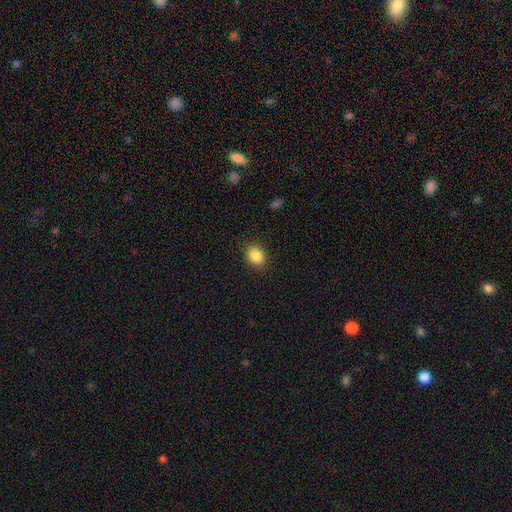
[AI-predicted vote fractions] Q: Smooth or featured?
A: smooth (86%); runner-up: star or artifact (9%)
Q: How rounded?
A: in between (50%); runner-up: round (49%)
Q: Merging?
A: none (88%); runner-up: minor disturbance (8%)